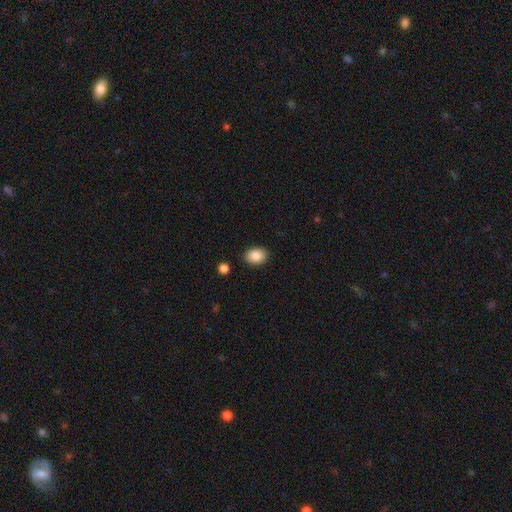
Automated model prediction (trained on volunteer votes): smooth 87%, star or artifact 8%, featured or disk 5%. Down the decision tree: how rounded — in between (76%); merging — none (88%).